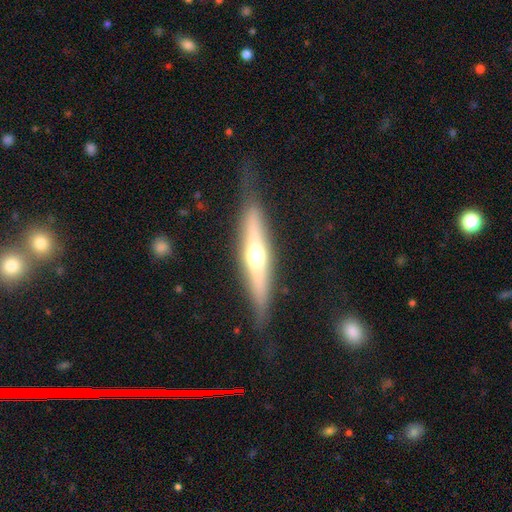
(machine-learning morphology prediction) type=featured or disk (65%); edge-on=yes (94%); edge-on bulge=rounded (90%); merging=none (82%).